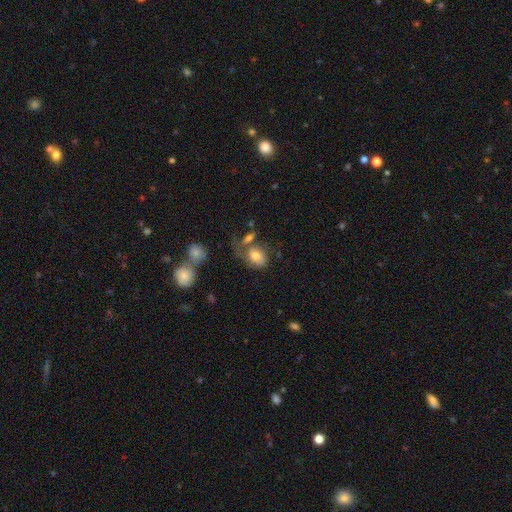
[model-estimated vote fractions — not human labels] Smooth or featured? Predicted: smooth (p=0.68). How rounded? Predicted: in between (p=0.78). Merging? Predicted: none (p=0.31, tied with merger).